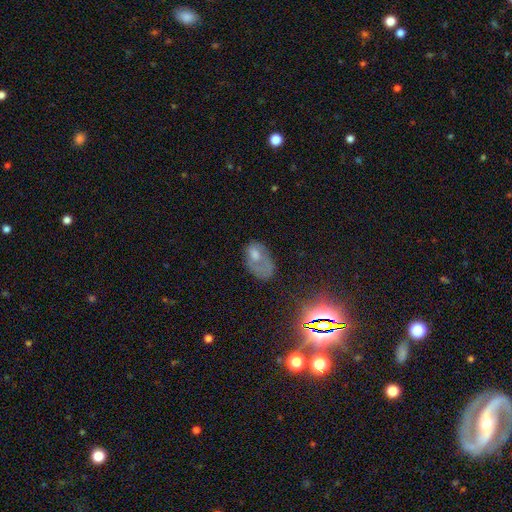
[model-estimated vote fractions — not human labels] Q: Smooth or featured?
A: smooth (55%); runner-up: featured or disk (33%)
Q: How rounded?
A: in between (87%); runner-up: round (12%)
Q: Merging?
A: major disturbance (39%); runner-up: none (29%)